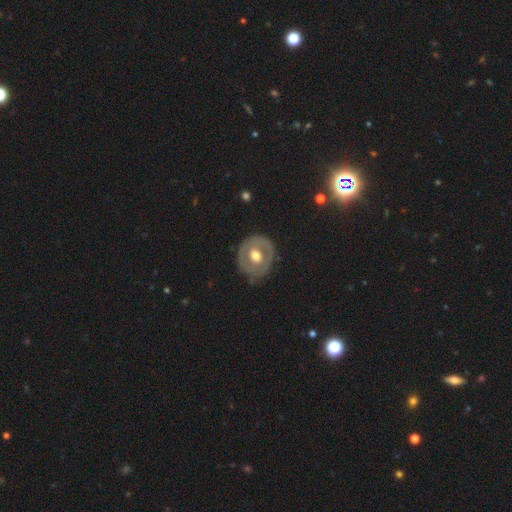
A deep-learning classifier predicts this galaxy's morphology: smooth_or_featured: featured or disk (p=0.56) [alt: smooth p=0.39]
disk_edge_on: no (p=0.95) [alt: yes p=0.05]
bar: no (p=0.64) [alt: weak p=0.27]
has_spiral_arms: no (p=0.77) [alt: yes p=0.23]
bulge_size: moderate (p=0.75) [alt: large p=0.15]
merging: none (p=0.77) [alt: minor disturbance p=0.16]